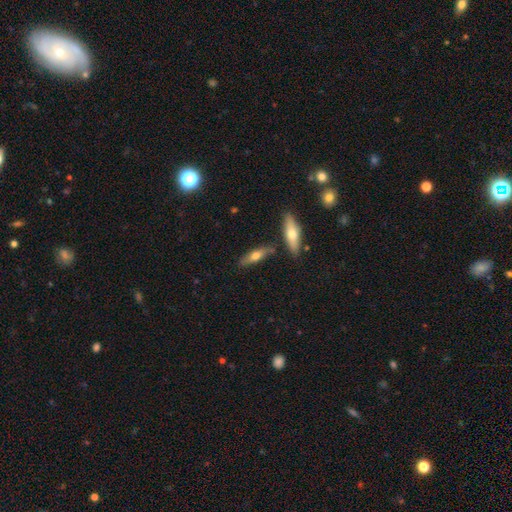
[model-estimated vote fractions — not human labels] The model was most divided on "smooth or featured": smooth: 55%, featured or disk: 38%, star or artifact: 6%. More confident: merging — none (74%); how rounded — cigar-shaped (59%).